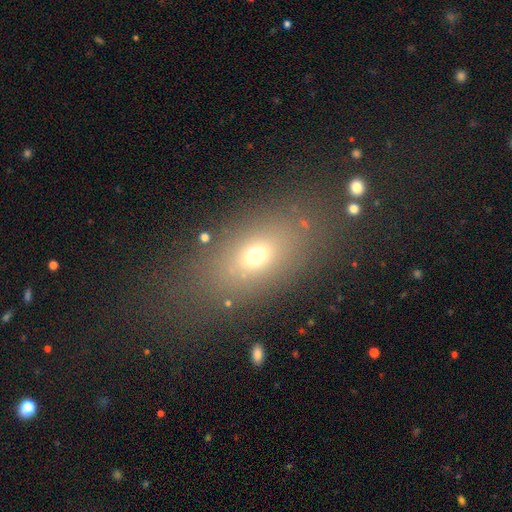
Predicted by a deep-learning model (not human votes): A smooth galaxy with no disk features (66%) that is in between round and cigar-shaped (78%). Merging: none (76%).